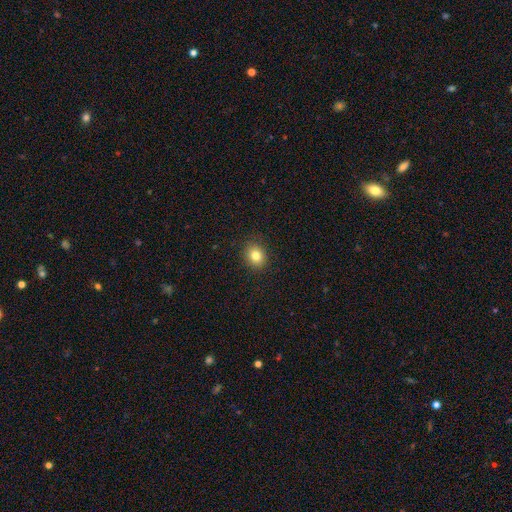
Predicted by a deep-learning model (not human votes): This appears to be a smooth galaxy with no disk features (82%) that is round (67%). Merging: none (90%).